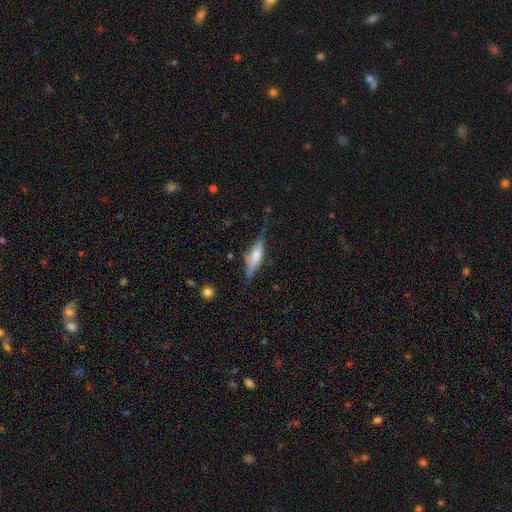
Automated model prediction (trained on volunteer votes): smooth-or-featured: smooth: 48% | featured or disk: 44% | star or artifact: 7%
  merging: none: 56% | minor disturbance: 30% | major disturbance: 11% | merger: 4%